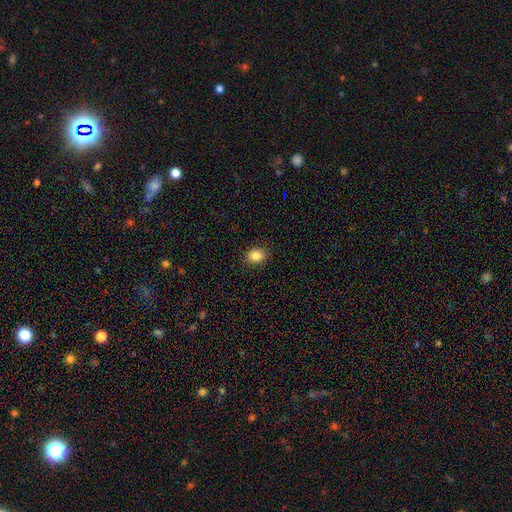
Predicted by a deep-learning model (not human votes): Smooth or featured? smooth (85%)
How rounded? in between (52%)
Merging? none (89%)